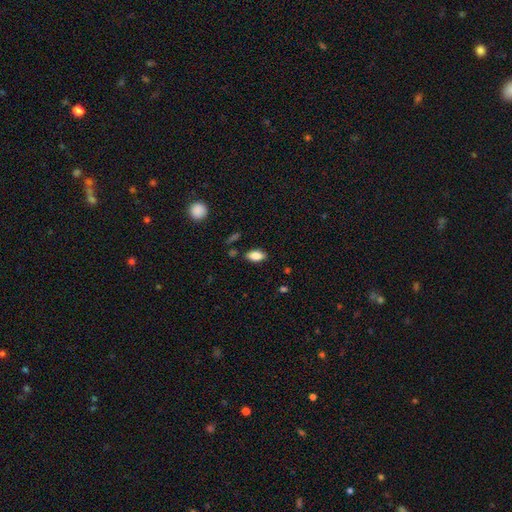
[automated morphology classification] This is clearly a smooth galaxy (84%). How rounded: clearly in between (90%). Merging: clearly none (85%).